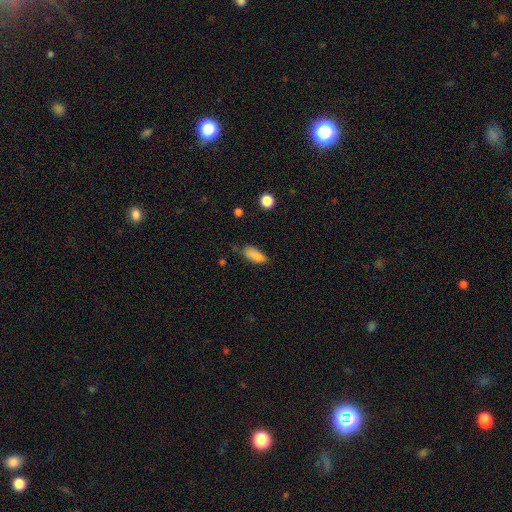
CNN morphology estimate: Smooth or featured? smooth (86%)
How rounded? in between (82%)
Merging? none (62%)